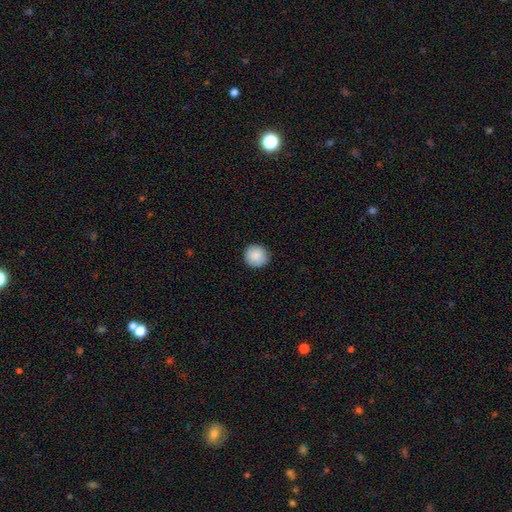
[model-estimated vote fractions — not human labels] Q: Smooth or featured?
A: smooth (89%); runner-up: star or artifact (7%)
Q: How rounded?
A: round (94%); runner-up: in between (5%)
Q: Merging?
A: none (90%); runner-up: minor disturbance (7%)